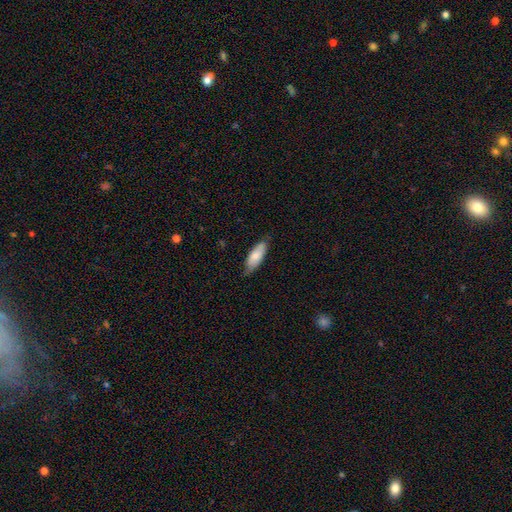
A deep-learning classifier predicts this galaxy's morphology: type=smooth (74%); roundness=in between (70%); merging=none (71%).